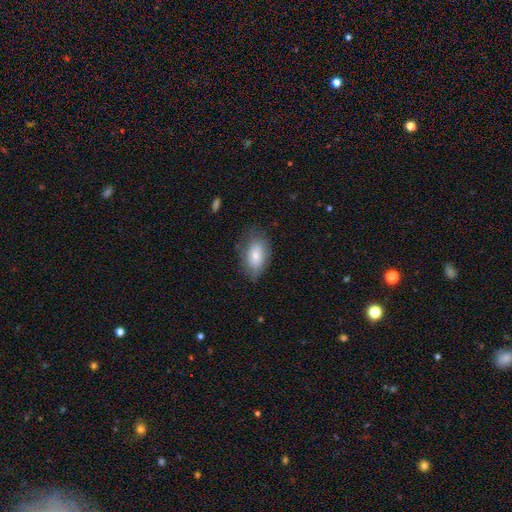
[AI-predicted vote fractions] Smooth or featured? smooth (75%)
How rounded? in between (91%)
Merging? none (70%)